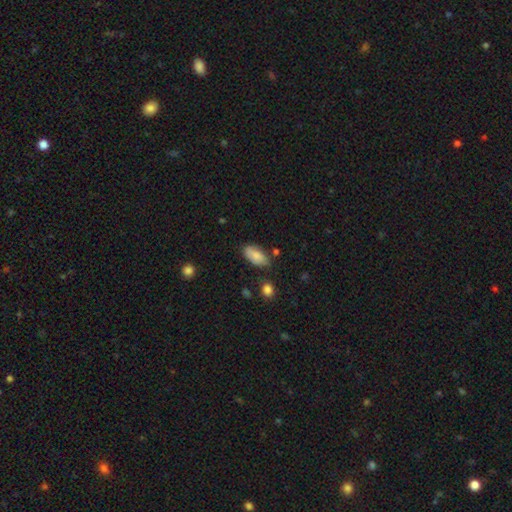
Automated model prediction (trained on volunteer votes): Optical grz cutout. It shows a smooth galaxy with no disk features (82%) that is in between round and cigar-shaped (91%). Merging: none (70%).